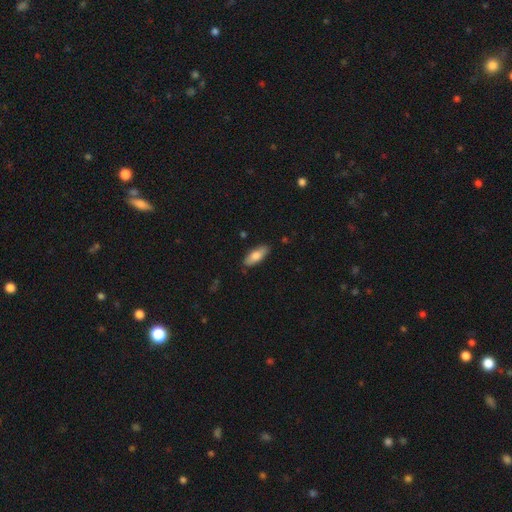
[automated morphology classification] A smooth galaxy with no disk features (78%) that is in between round and cigar-shaped (74%).

Vote fractions:
- Smooth or featured? smooth: 78% / featured or disk: 16% / star or artifact: 6%
- How rounded? in between: 74% / cigar-shaped: 24% / round: 2%
- Merging? none: 85% / minor disturbance: 12% / major disturbance: 2% / merger: 1%